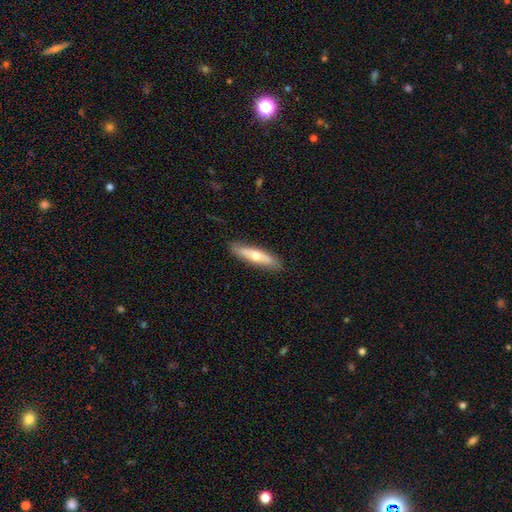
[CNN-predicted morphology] Smooth or featured? Predicted: smooth (p=0.55). How rounded? Predicted: cigar-shaped (p=0.73). Merging? Predicted: none (p=0.84).